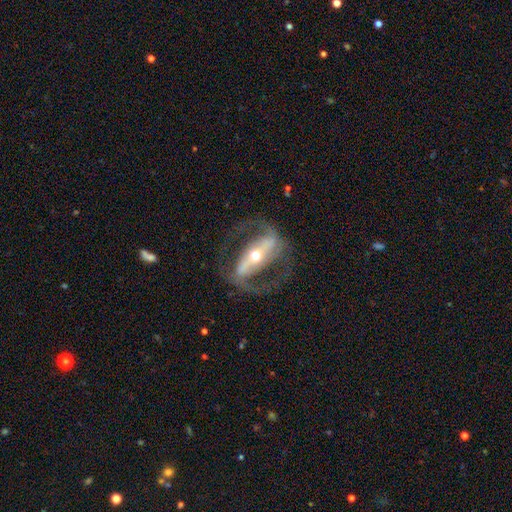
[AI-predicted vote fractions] Smooth or featured?
  - featured or disk: 89% *
  - smooth: 6%
  - star or artifact: 4%
Edge-on disk?
  - no: 90% *
  - yes: 10%
Bar?
  - strong: 74% *
  - weak: 15%
  - no: 11%
Spiral arms?
  - yes: 88% *
  - no: 12%
Spiral winding?
  - medium: 54% *
  - loose: 25%
  - tight: 21%
Spiral arm count?
  - 2: 91% *
  - can't tell: 4%
  - 1: 2%
  - 3: 1%
  - 4: 1%
  - more than 4: 1%
Bulge size?
  - moderate: 55% *
  - small: 39%
  - large: 4%
  - dominant: 1%
  - none: 1%
Merging?
  - none: 75% *
  - major disturbance: 12%
  - minor disturbance: 12%
  - merger: 1%